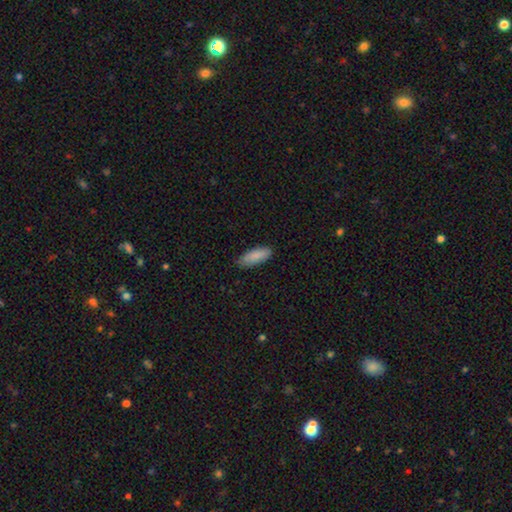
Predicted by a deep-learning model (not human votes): This is clearly a smooth galaxy (88%). How rounded: likely in between (73%). Merging: likely none (80%).